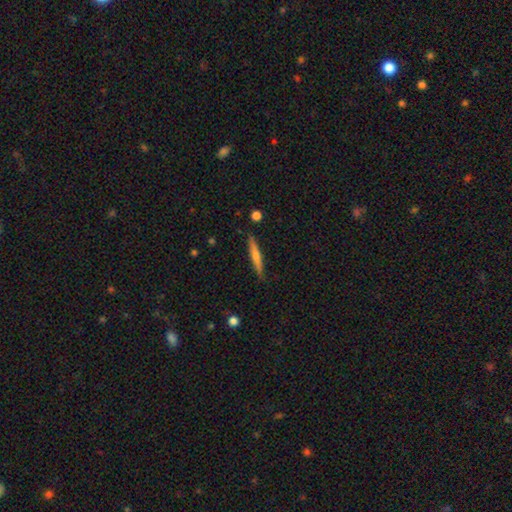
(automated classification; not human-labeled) Smooth or featured? featured or disk (54%)
Edge-on disk? yes (97%)
Edge-on bulge? rounded (70%)
Merging? none (90%)